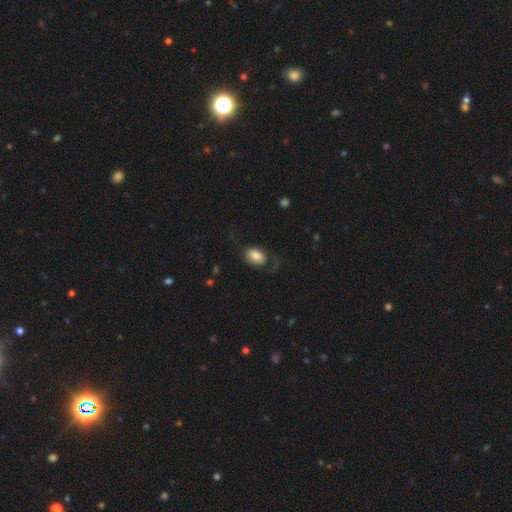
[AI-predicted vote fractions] smooth-or-featured: smooth: 69% | featured or disk: 24% | star or artifact: 7%
  how-rounded: in between: 84% | round: 15% | cigar-shaped: 1%
  merging: none: 54% | major disturbance: 25% | minor disturbance: 18% | merger: 2%